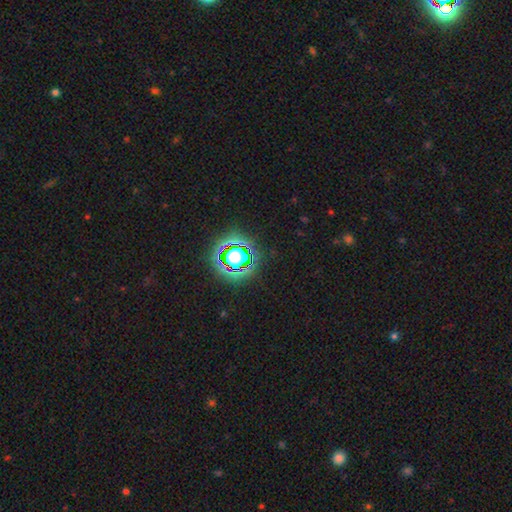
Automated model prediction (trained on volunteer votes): Morphology: type=star or artifact (73%).